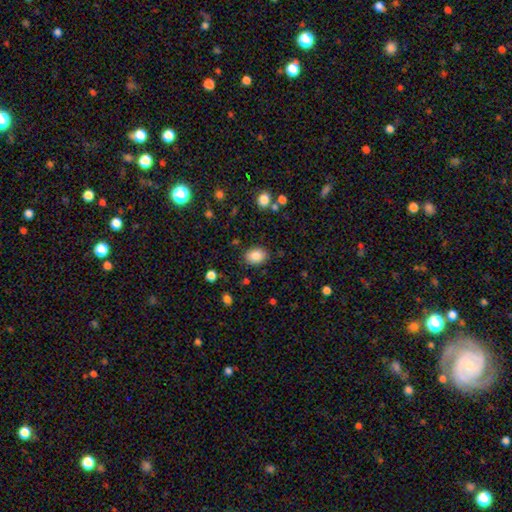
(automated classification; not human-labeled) Morphology: type=smooth (85%); roundness=in between (73%); merging=none (85%).